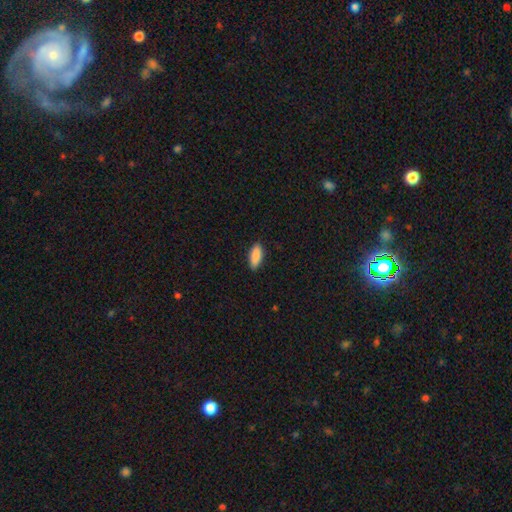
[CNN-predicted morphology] smooth-or-featured: smooth: 87% | featured or disk: 7% | star or artifact: 6%
  how-rounded: in between: 76% | cigar-shaped: 22% | round: 2%
  merging: none: 89% | minor disturbance: 8% | major disturbance: 2% | merger: 1%